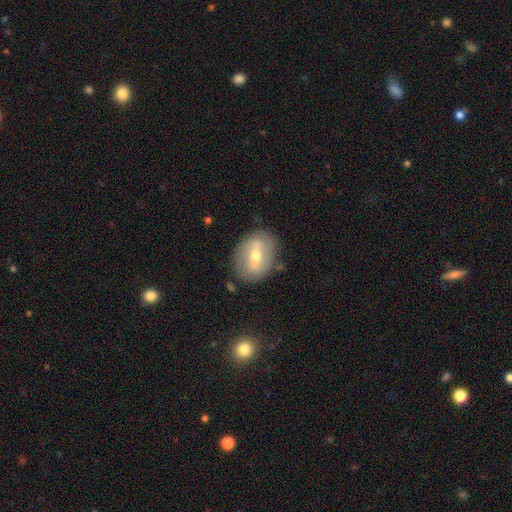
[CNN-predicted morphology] Q: Smooth or featured?
A: featured or disk (56%); runner-up: smooth (37%)
Q: Edge-on disk?
A: no (86%); runner-up: yes (14%)
Q: Merging?
A: none (81%); runner-up: minor disturbance (13%)